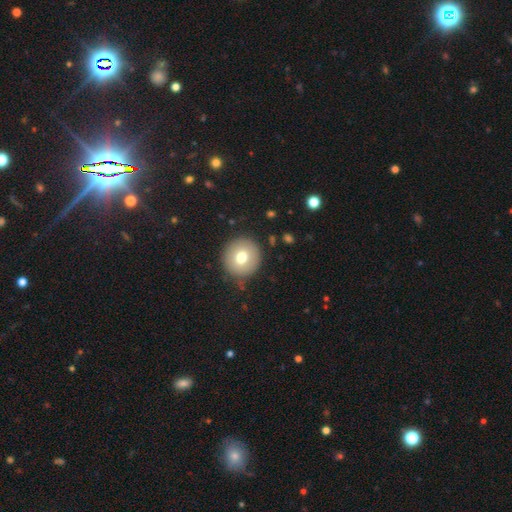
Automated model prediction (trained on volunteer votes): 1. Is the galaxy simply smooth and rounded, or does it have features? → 48% smooth, 28% featured or disk, 24% star or artifact.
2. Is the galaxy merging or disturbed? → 86% none, 9% minor disturbance, 4% major disturbance, 2% merger.